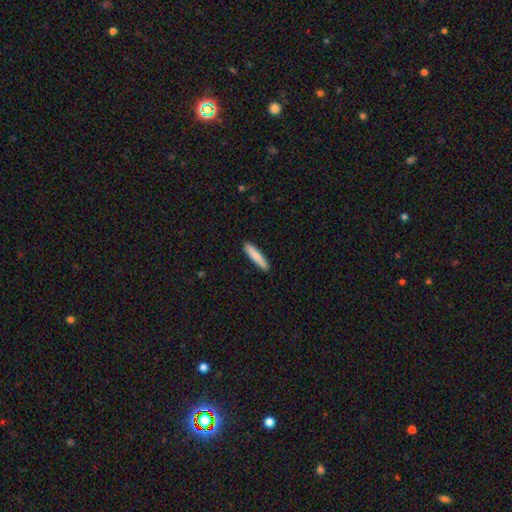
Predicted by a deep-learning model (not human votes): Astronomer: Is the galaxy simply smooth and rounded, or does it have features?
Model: smooth — 84%.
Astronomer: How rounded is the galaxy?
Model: cigar-shaped — 88%.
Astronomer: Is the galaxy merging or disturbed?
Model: none — 89%.